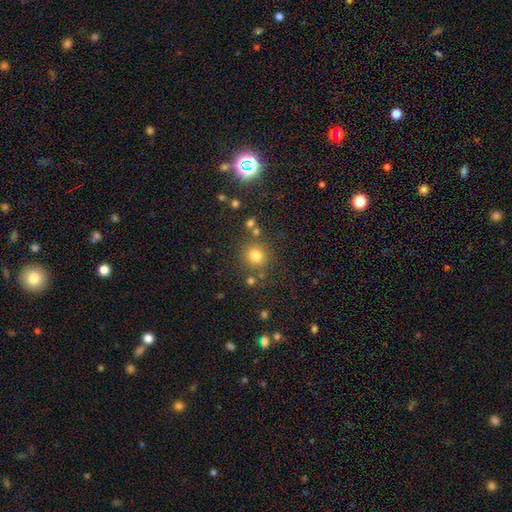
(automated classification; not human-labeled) This is likely a smooth galaxy (78%). How rounded: clearly round (92%). Merging: likely none (79%).